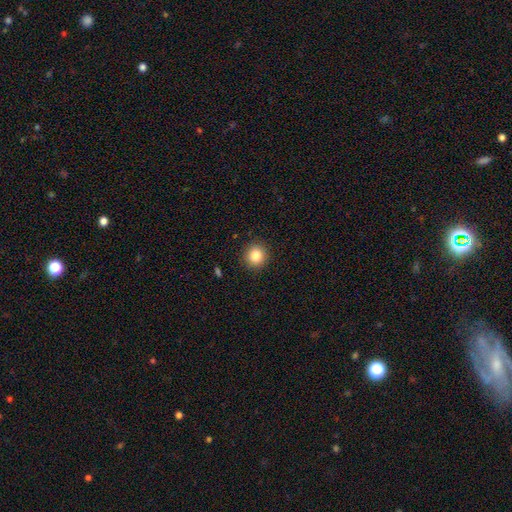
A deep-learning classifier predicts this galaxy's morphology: Smooth or featured: smooth — 84% (star or artifact — 10%)
How rounded: round — 92% (in between — 7%)
Merging: none — 91% (minor disturbance — 6%)